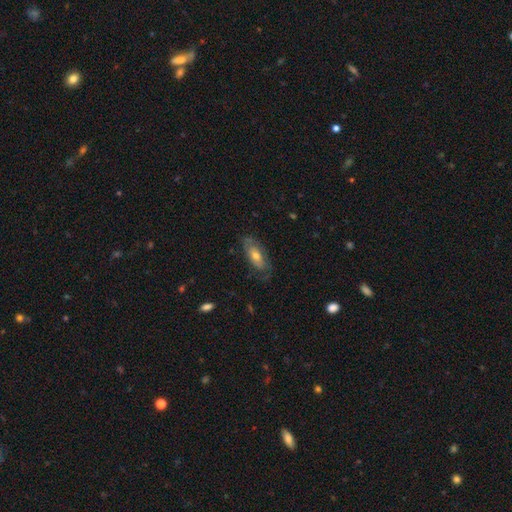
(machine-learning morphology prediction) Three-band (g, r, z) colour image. It shows a featured or disk galaxy (47%). Merging: none (70%).